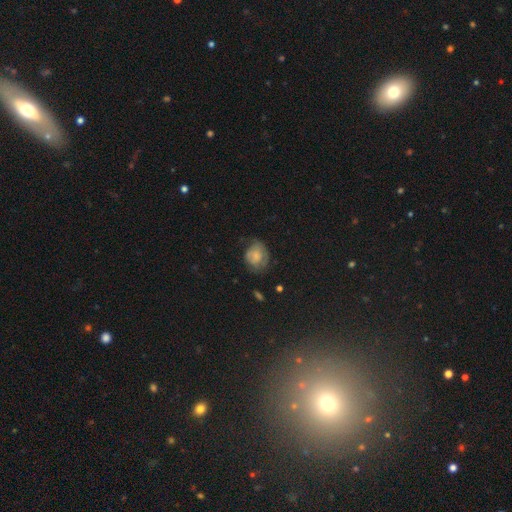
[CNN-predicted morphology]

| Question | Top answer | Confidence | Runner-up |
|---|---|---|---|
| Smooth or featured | smooth | 64% | featured or disk (26%) |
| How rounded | round | 51% | in between (48%) |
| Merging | none | 51% | minor disturbance (32%) |